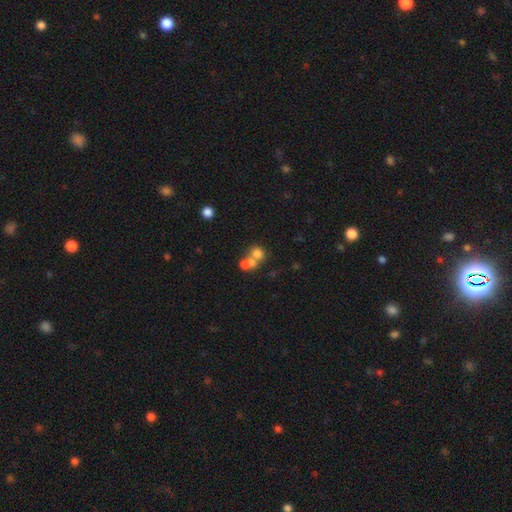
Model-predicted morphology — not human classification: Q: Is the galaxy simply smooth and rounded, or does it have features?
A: smooth — 65%.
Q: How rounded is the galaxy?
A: round — 72%.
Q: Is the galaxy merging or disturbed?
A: merger — 59%.